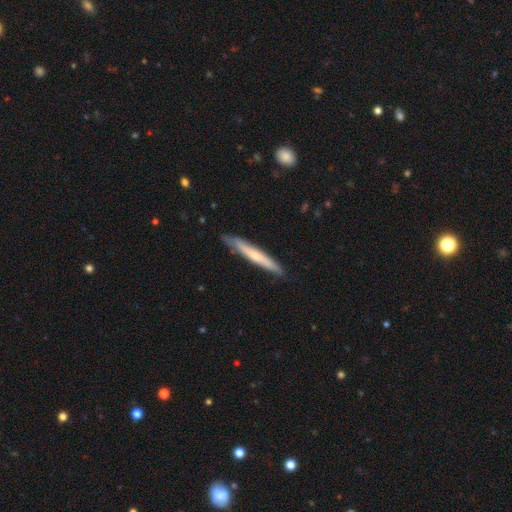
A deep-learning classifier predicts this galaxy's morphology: Smooth or featured? Predicted: featured or disk (p=0.47, tied with smooth). Merging? Predicted: none (p=0.85).